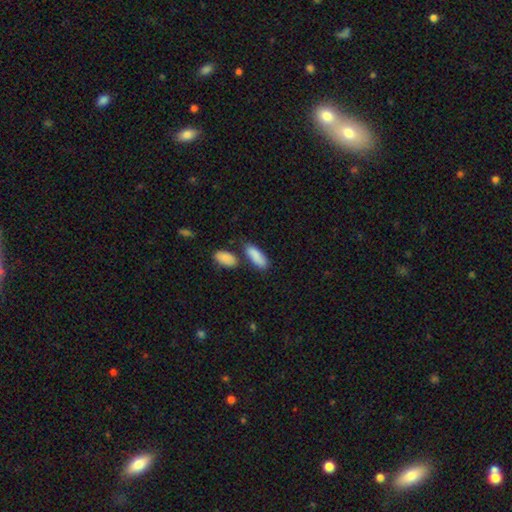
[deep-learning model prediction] Smooth or featured: smooth — 86% (featured or disk — 8%)
How rounded: in between — 74% (cigar-shaped — 23%)
Merging: none — 58% (merger — 20%)